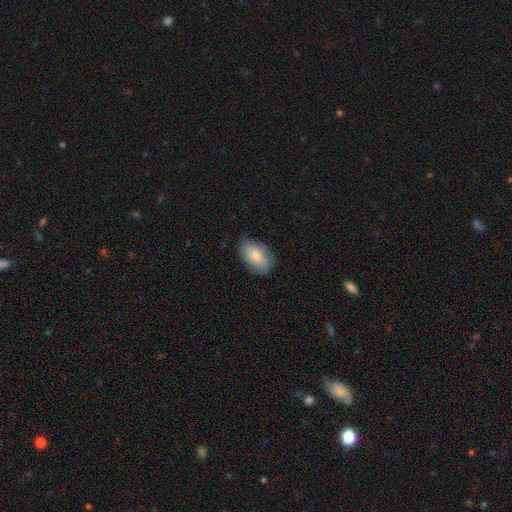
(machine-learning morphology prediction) A smooth galaxy with no disk features (81%) that is in between round and cigar-shaped (92%).

Vote fractions:
- Smooth or featured? smooth: 81% / featured or disk: 13% / star or artifact: 6%
- How rounded? in between: 92% / round: 6% / cigar-shaped: 2%
- Merging? none: 76% / minor disturbance: 19% / major disturbance: 4% / merger: 1%